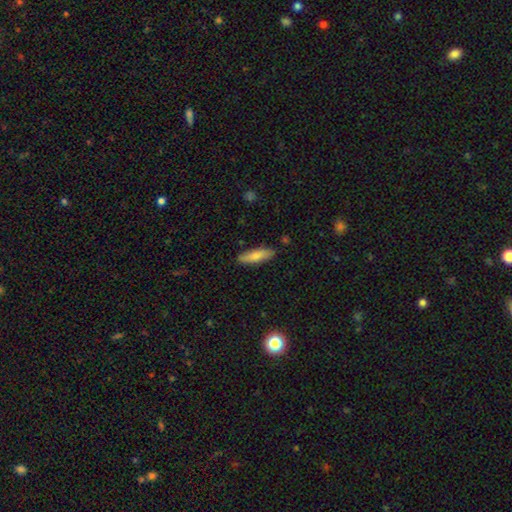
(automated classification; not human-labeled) This appears to be a smooth galaxy with no disk features (78%) that is cigar-shaped (60%). Merging: none (86%).